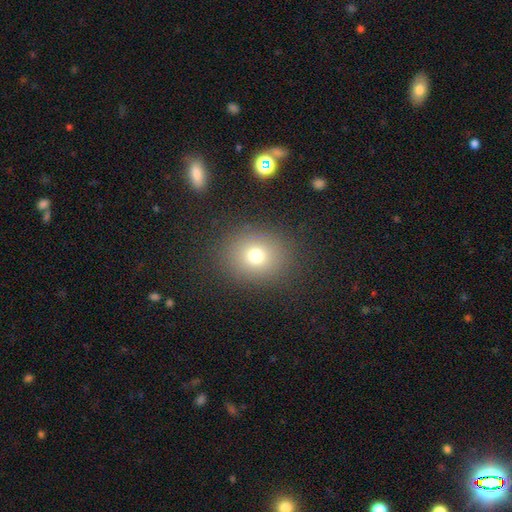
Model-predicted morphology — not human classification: Smooth or featured: smooth — 73% (star or artifact — 16%)
How rounded: round — 73% (in between — 26%)
Merging: none — 87% (minor disturbance — 8%)